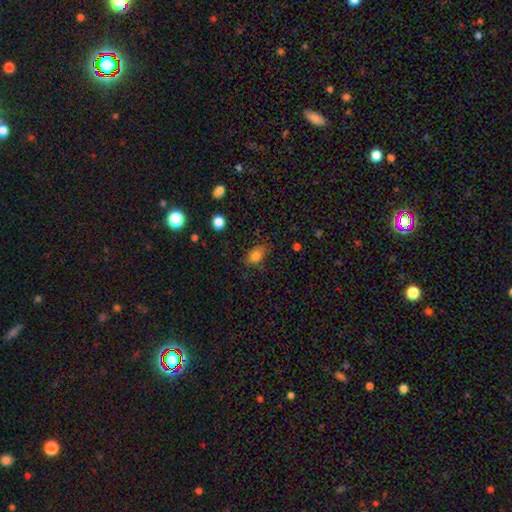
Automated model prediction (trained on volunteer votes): Smooth or featured? smooth (82%)
How rounded? in between (72%)
Merging? none (69%)